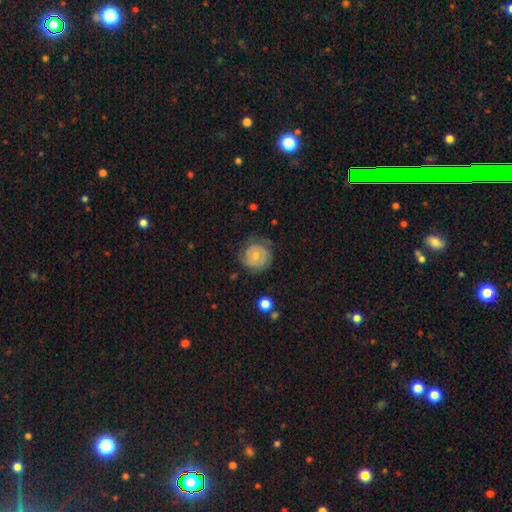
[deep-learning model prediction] This appears to be a featured or disk galaxy (52%) with no bar (80%), spiral arms (73%) and a small central bulge (49%). Merging: none (67%).